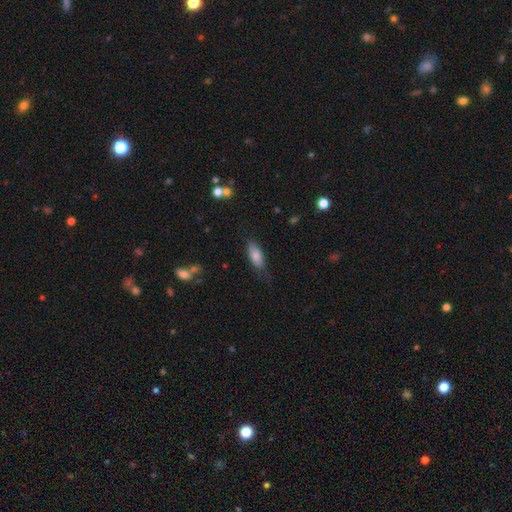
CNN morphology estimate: Smooth or featured?
  - smooth: 81% *
  - featured or disk: 12%
  - star or artifact: 7%
How rounded?
  - in between: 76% *
  - cigar-shaped: 22%
  - round: 2%
Merging?
  - none: 67% *
  - minor disturbance: 24%
  - major disturbance: 7%
  - merger: 2%